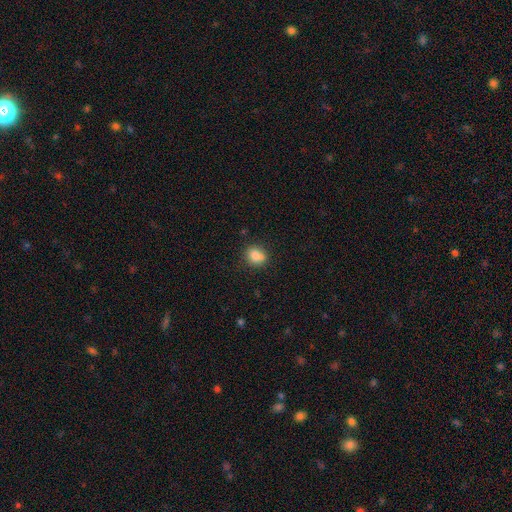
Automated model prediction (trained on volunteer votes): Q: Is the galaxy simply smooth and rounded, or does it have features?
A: smooth — 81%.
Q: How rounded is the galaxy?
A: round — 69%.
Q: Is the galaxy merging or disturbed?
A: none — 63%.